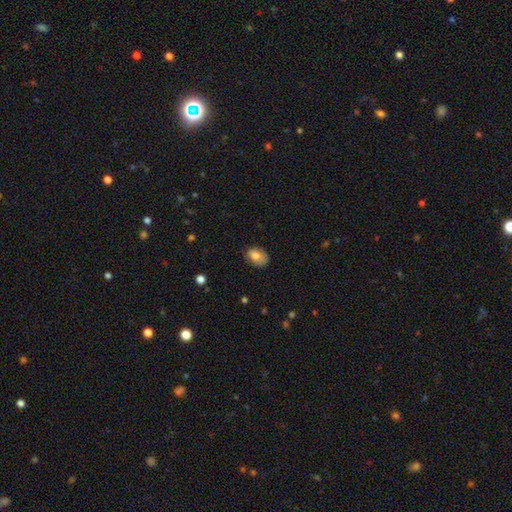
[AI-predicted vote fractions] A smooth galaxy with no disk features (75%) that is in between round and cigar-shaped (73%).

Vote fractions:
- Smooth or featured? smooth: 75% / featured or disk: 17% / star or artifact: 8%
- How rounded? in between: 73% / round: 26% / cigar-shaped: 1%
- Merging? none: 61% / minor disturbance: 28% / major disturbance: 9% / merger: 2%